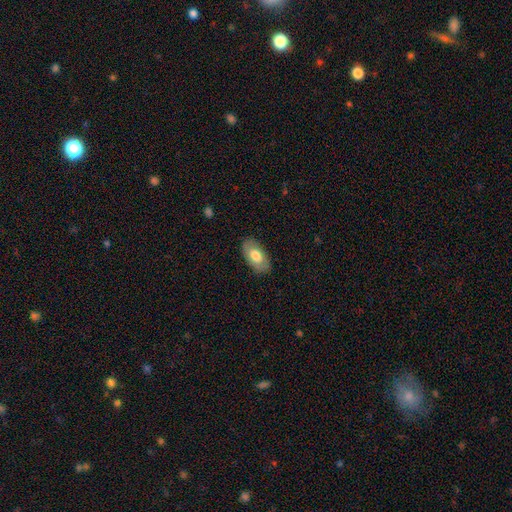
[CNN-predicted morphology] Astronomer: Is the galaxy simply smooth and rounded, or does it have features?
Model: smooth — 71%.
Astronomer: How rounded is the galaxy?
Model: in between — 95%.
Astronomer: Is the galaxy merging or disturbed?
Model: none — 85%.